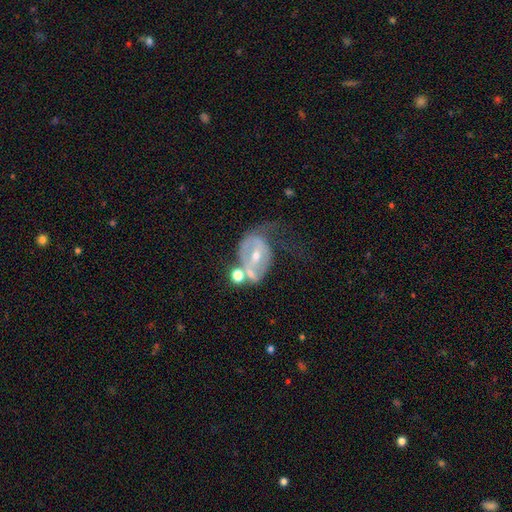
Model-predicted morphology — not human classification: smooth-or-featured: featured or disk: 71% | smooth: 21% | star or artifact: 8%
  disk-edge-on: no: 95% | yes: 5%
    bar: weak: 37% | no: 34% | strong: 29%
    has-spiral-arms: yes: 53% | no: 47%
    bulge-size: moderate: 52% | small: 43% | large: 2% | none: 2% | dominant: 1%
  merging: major disturbance: 30% | merger: 27% | none: 25% | minor disturbance: 19%